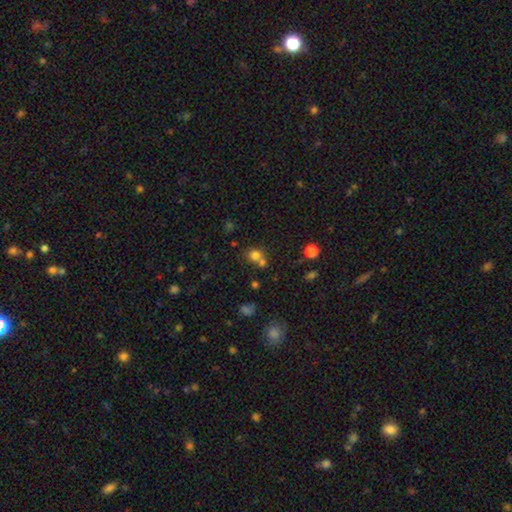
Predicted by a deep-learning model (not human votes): Smooth or featured? Predicted: smooth (p=0.76). How rounded? Predicted: round (p=0.77). Merging? Predicted: none (p=0.47).